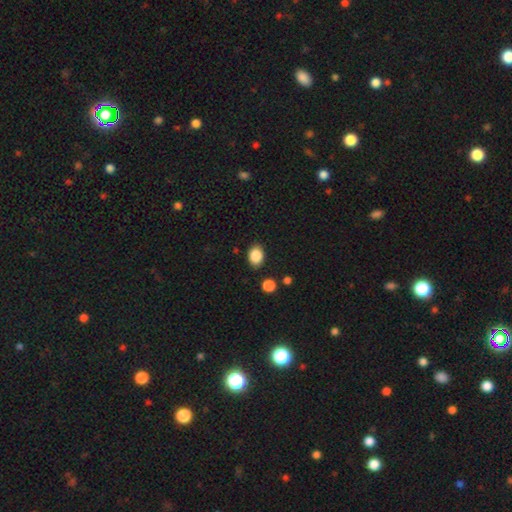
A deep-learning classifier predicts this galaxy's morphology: This is clearly a smooth galaxy (87%). How rounded: likely in between (66%). Merging: clearly none (84%).